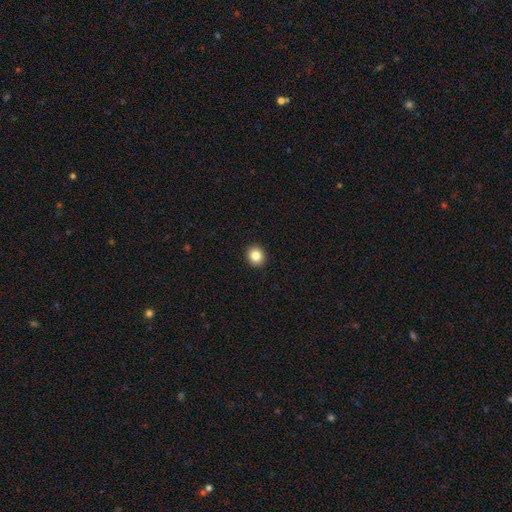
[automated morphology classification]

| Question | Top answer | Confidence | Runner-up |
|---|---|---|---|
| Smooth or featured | smooth | 84% | star or artifact (10%) |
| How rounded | round | 84% | in between (15%) |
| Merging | none | 93% | minor disturbance (5%) |